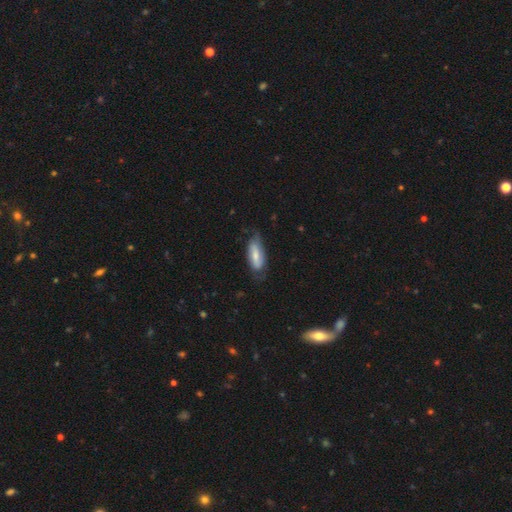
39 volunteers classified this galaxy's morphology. This appears to be a smooth galaxy with no disk features (54%) that is in between round and cigar-shaped (76%). Merging: none (47%).